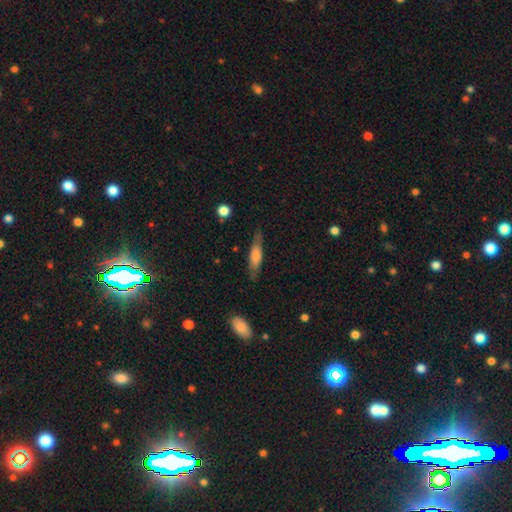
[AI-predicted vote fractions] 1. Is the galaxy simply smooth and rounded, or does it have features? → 59% smooth, 35% featured or disk, 6% star or artifact.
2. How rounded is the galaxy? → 69% cigar-shaped, 28% in between, 2% round.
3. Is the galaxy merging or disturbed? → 76% none, 18% minor disturbance, 5% major disturbance, 2% merger.